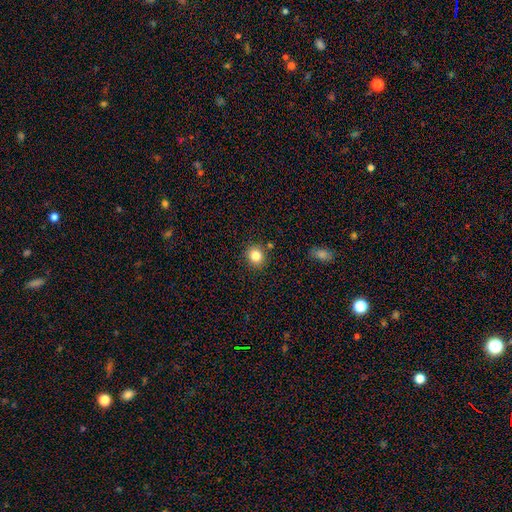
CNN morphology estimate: Smooth or featured? smooth (83%)
How rounded? round (86%)
Merging? none (87%)